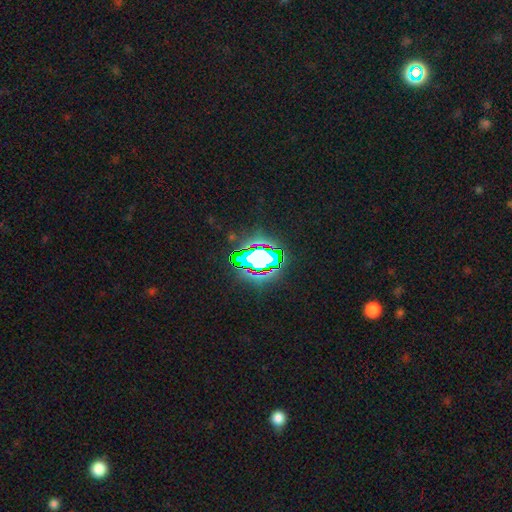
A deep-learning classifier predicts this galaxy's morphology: Overall: star or artifact (78%).